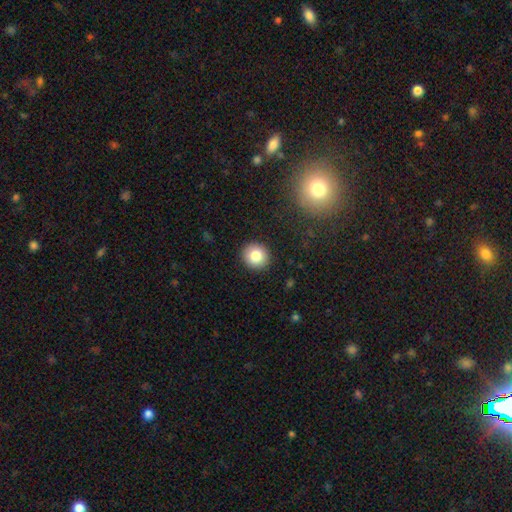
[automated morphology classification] This appears to be a smooth galaxy with no disk features (82%) that is round (91%). Merging: none (91%).